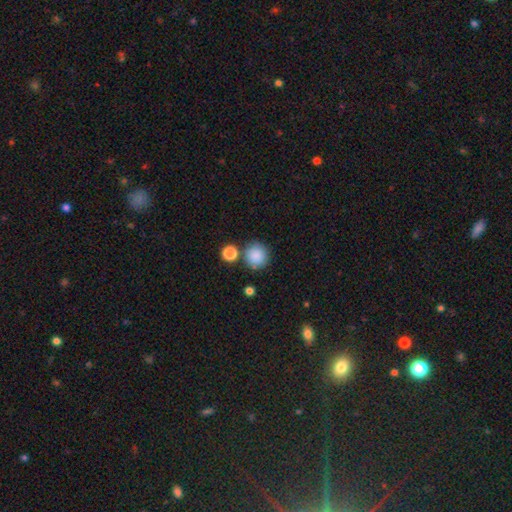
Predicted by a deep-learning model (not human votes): Smooth or featured? Predicted: smooth (p=0.87). How rounded? Predicted: round (p=0.93). Merging? Predicted: none (p=0.77).